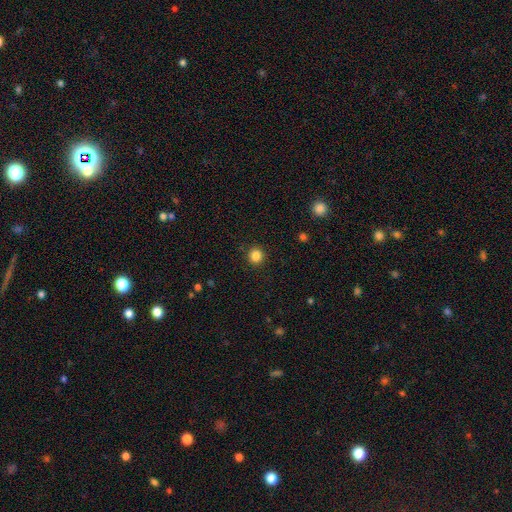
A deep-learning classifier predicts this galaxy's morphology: Smooth or featured? Predicted: smooth (p=0.85). How rounded? Predicted: round (p=0.94). Merging? Predicted: none (p=0.92).